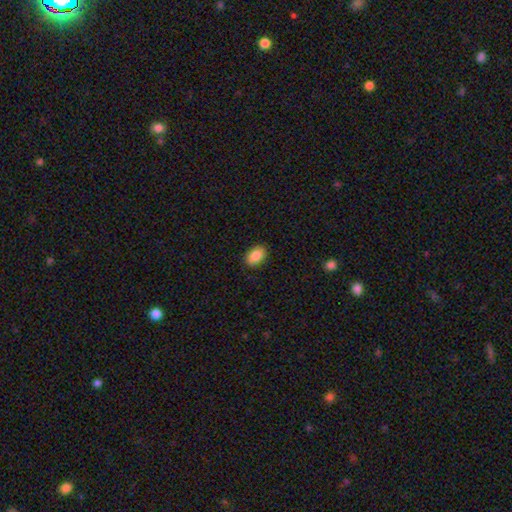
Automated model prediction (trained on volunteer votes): Smooth or featured? Predicted: smooth (p=0.86). How rounded? Predicted: in between (p=0.88). Merging? Predicted: none (p=0.90).